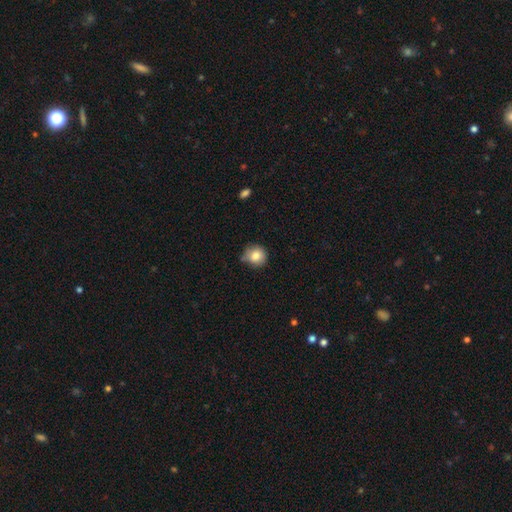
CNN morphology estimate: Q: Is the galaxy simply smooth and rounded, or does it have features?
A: smooth — 83%.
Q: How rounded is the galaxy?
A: round — 87%.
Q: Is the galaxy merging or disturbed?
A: none — 70%.